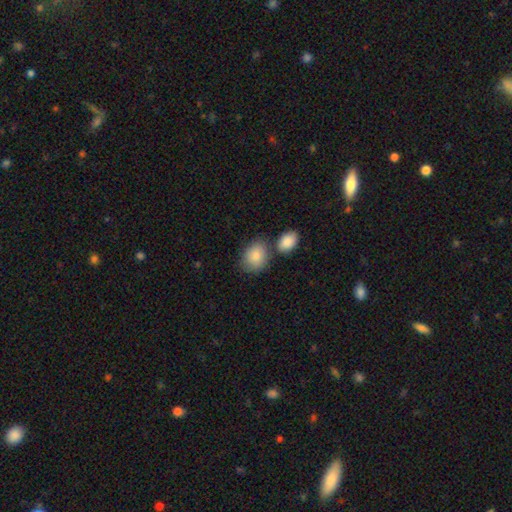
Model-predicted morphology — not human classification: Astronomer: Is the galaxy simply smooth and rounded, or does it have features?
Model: smooth — 86%.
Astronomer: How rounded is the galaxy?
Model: in between — 60% (runner-up: round, 39%).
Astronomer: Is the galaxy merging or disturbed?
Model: none — 59%.